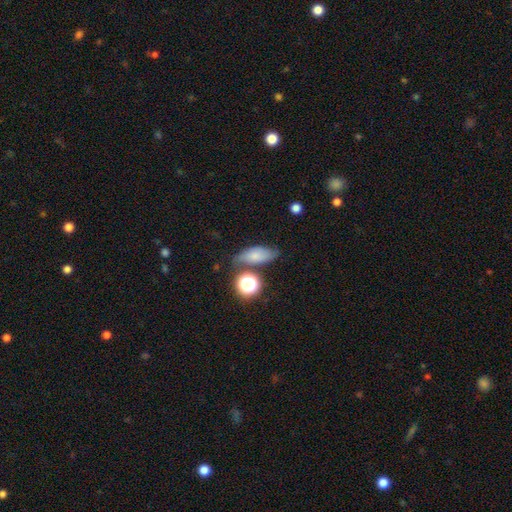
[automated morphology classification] Smooth or featured? smooth (67%)
How rounded? in between (71%)
Merging? none (61%)